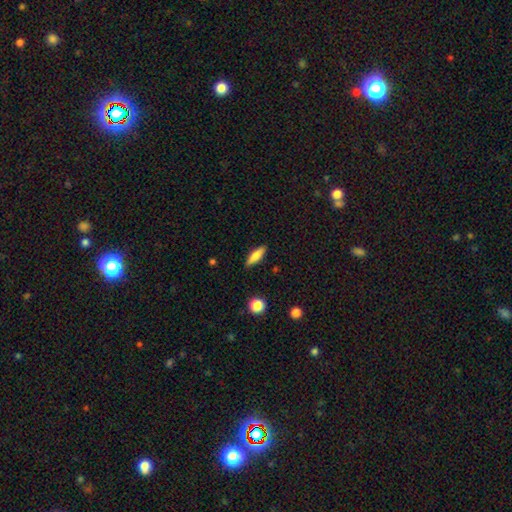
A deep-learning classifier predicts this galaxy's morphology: Smooth or featured?
  - smooth: 69% *
  - featured or disk: 23%
  - star or artifact: 7%
How rounded?
  - cigar-shaped: 57% *
  - in between: 40%
  - round: 3%
Merging?
  - none: 87% *
  - minor disturbance: 10%
  - major disturbance: 2%
  - merger: 1%